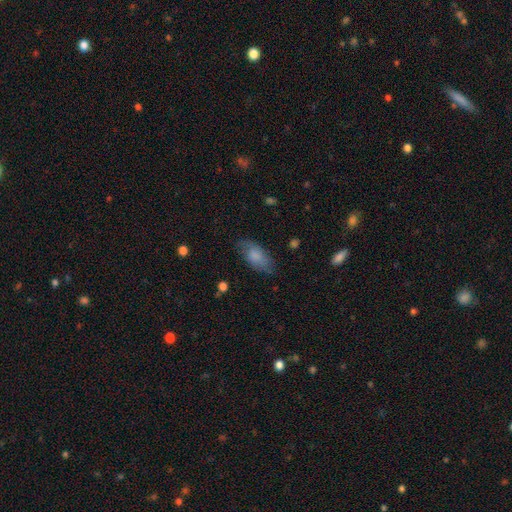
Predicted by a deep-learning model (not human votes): The model was most divided on "merging": none: 70%, minor disturbance: 22%, major disturbance: 7%, merger: 1%. More confident: how rounded — in between (90%); smooth or featured — smooth (75%).